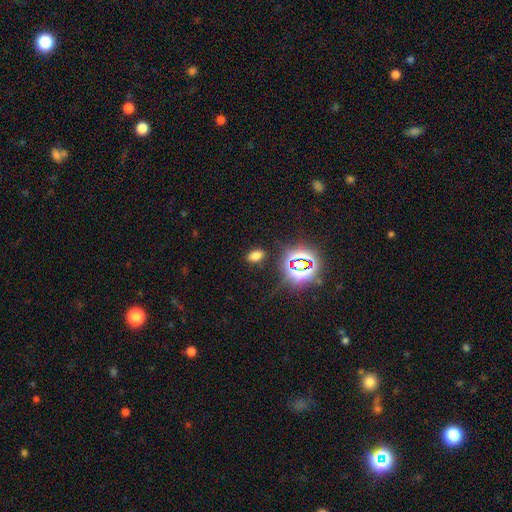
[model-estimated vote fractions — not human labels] A smooth galaxy with no disk features (65%) that is in between round and cigar-shaped (87%).

Vote fractions:
- Smooth or featured? smooth: 65% / star or artifact: 28% / featured or disk: 7%
- How rounded? in between: 87% / round: 10% / cigar-shaped: 3%
- Merging? none: 86% / minor disturbance: 9% / major disturbance: 3% / merger: 2%